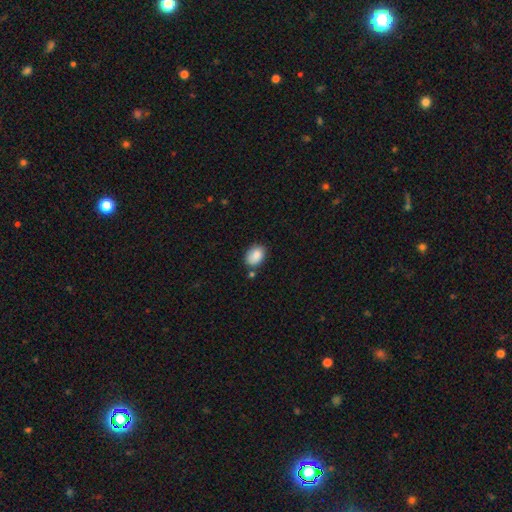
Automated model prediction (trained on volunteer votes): Smooth or featured: smooth — 87% (star or artifact — 7%)
How rounded: in between — 80% (round — 19%)
Merging: none — 71% (minor disturbance — 19%)